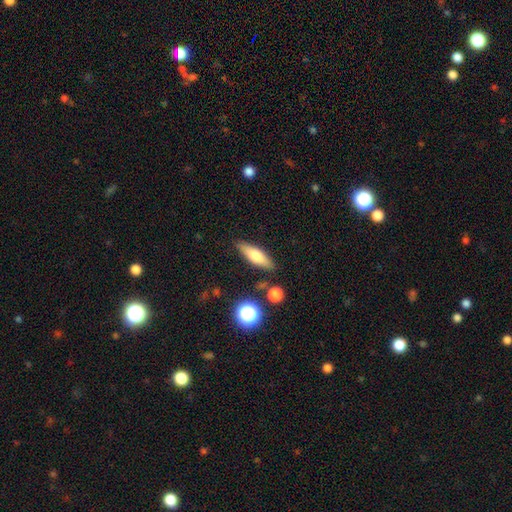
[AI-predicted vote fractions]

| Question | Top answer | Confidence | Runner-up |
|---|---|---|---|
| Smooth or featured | smooth | 62% | featured or disk (30%) |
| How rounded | cigar-shaped | 51% | in between (46%) |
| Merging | none | 83% | minor disturbance (11%) |